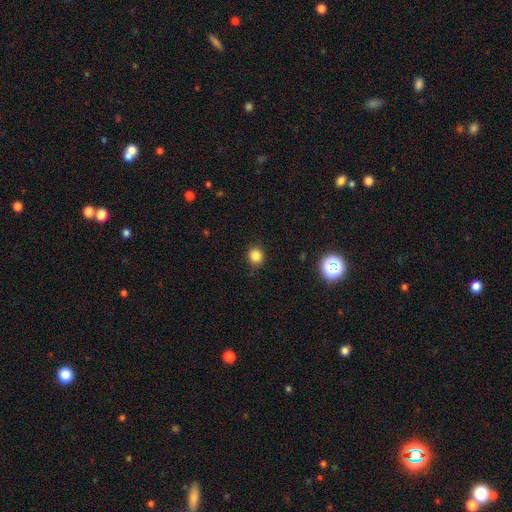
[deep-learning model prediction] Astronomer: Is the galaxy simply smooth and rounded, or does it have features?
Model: smooth — 83%.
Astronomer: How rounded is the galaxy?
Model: round — 88%.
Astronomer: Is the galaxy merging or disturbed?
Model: none — 87%.